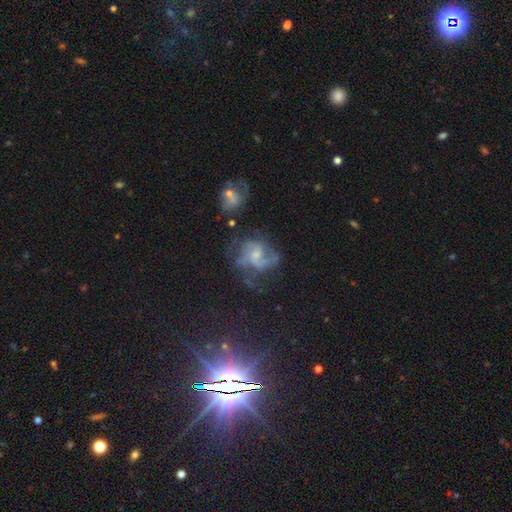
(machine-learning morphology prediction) This is likely a featured or disk galaxy (69%). It is clearly not viewed edge-on (98%). Bar: possibly no (51%). Spiral arm pattern: clearly yes (83%). Spiral arm count: marginally 2 (40%). Spiral winding: possibly medium (49%). Central bulge: marginally small (41%). Merging: possibly none (45%).